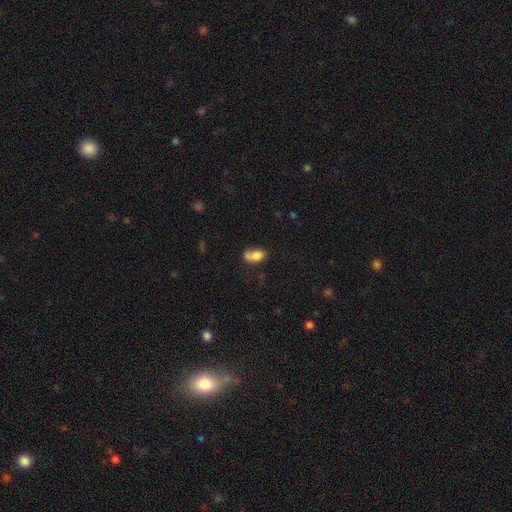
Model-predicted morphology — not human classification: Smooth or featured: smooth — 75% (featured or disk — 15%)
How rounded: in between — 85% (round — 12%)
Merging: none — 37% (minor disturbance — 25%)